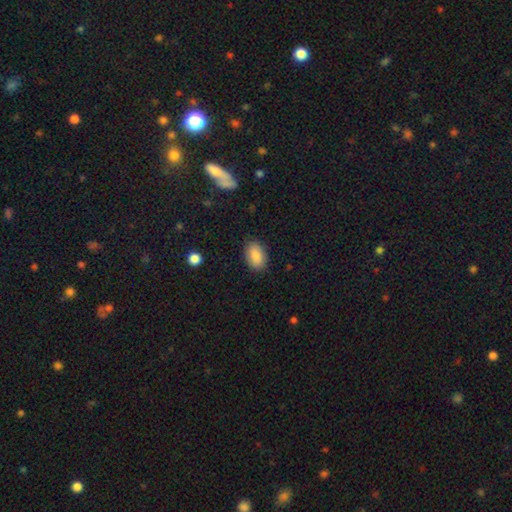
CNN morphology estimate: Smooth or featured? smooth (87%)
How rounded? in between (89%)
Merging? none (86%)